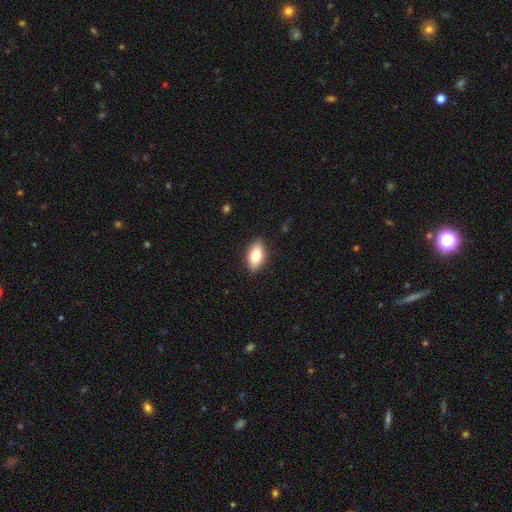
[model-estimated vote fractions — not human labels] Morphology: type=smooth (79%); roundness=in between (90%); merging=none (87%).